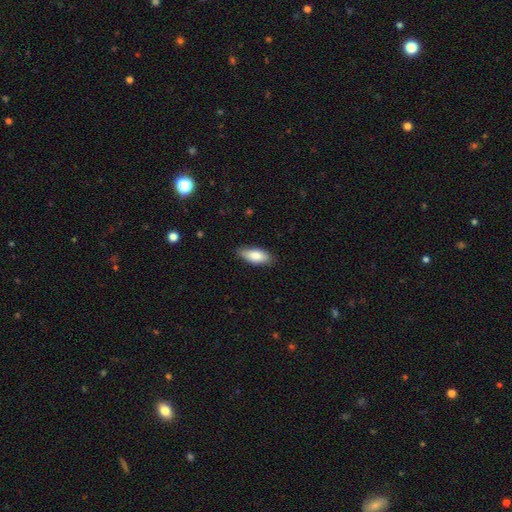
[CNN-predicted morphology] Q: Smooth or featured?
A: smooth (84%); runner-up: featured or disk (10%)
Q: How rounded?
A: in between (82%); runner-up: cigar-shaped (16%)
Q: Merging?
A: none (82%); runner-up: minor disturbance (14%)